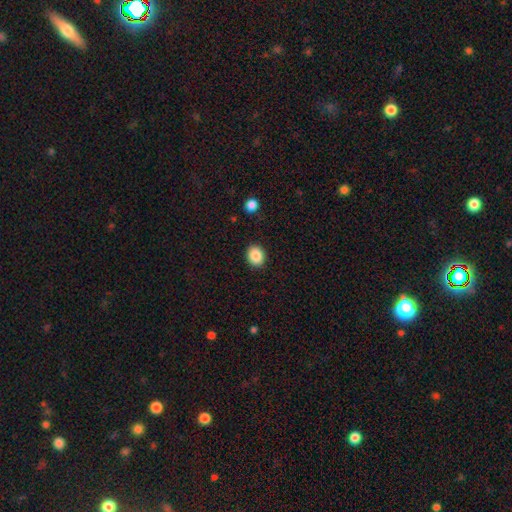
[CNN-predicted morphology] Smooth or featured?
  - smooth: 87% *
  - star or artifact: 9%
  - featured or disk: 4%
How rounded?
  - round: 61% *
  - in between: 38%
  - cigar-shaped: 1%
Merging?
  - none: 90% *
  - minor disturbance: 6%
  - major disturbance: 2%
  - merger: 1%